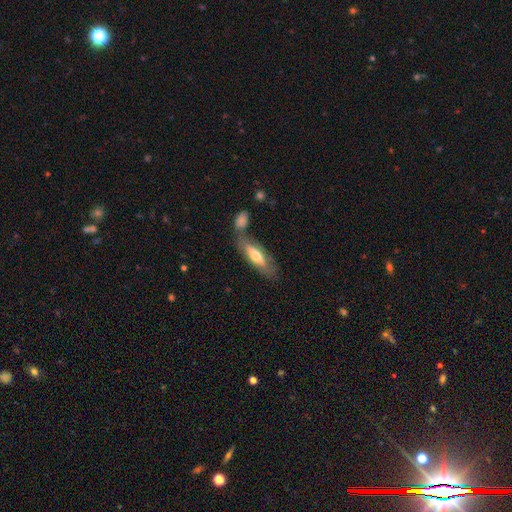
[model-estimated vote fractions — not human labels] Smooth or featured? Predicted: smooth (p=0.60). How rounded? Predicted: in between (p=0.53). Merging? Predicted: none (p=0.57).